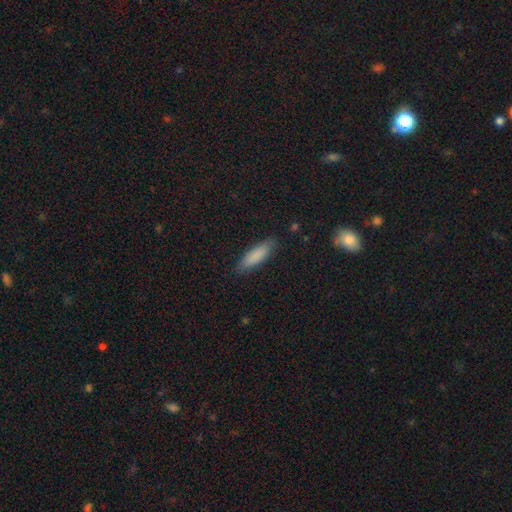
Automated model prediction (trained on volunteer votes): Q: Smooth or featured?
A: smooth (86%); runner-up: featured or disk (8%)
Q: How rounded?
A: cigar-shaped (55%); runner-up: in between (44%)
Q: Merging?
A: none (85%); runner-up: minor disturbance (12%)